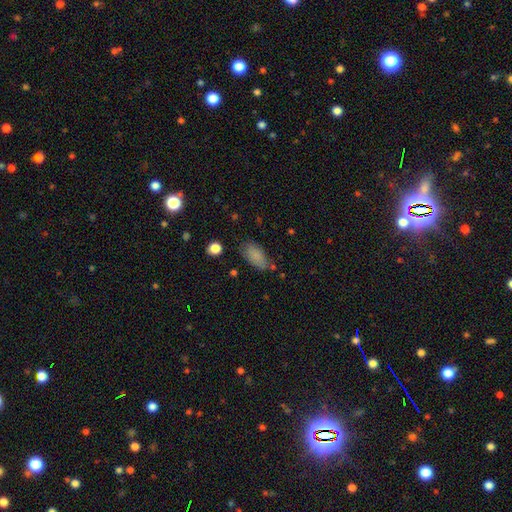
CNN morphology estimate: This is clearly a smooth galaxy (84%). How rounded: clearly in between (89%). Merging: likely none (67%).